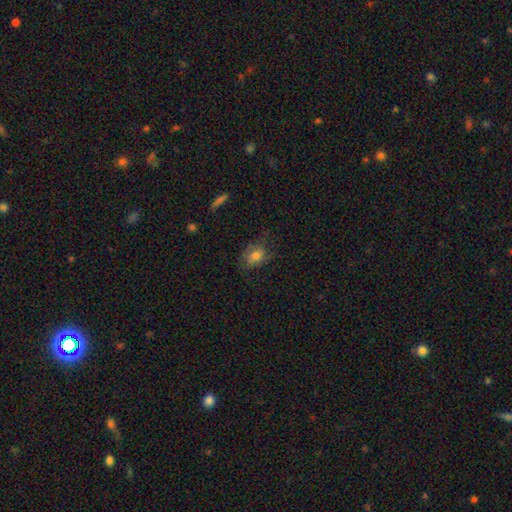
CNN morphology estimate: A smooth galaxy with no disk features (63%) that is in between round and cigar-shaped (62%).

Vote fractions:
- Smooth or featured? smooth: 63% / featured or disk: 27% / star or artifact: 10%
- How rounded? in between: 62% / round: 37% / cigar-shaped: 2%
- Merging? none: 62% / minor disturbance: 24% / major disturbance: 12% / merger: 1%